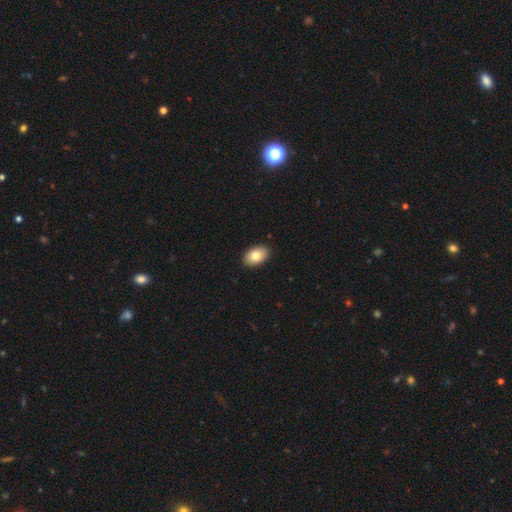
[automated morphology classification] A smooth galaxy with no disk features (83%) that is in between round and cigar-shaped (91%). Merging: none (91%).